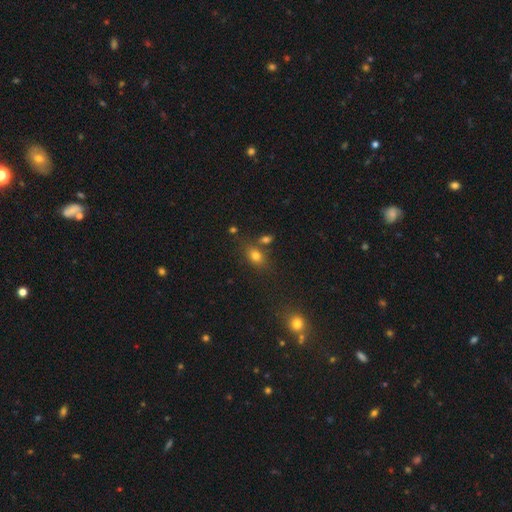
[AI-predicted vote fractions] Smooth or featured?
  - smooth: 76% *
  - star or artifact: 13%
  - featured or disk: 11%
How rounded?
  - in between: 74% *
  - round: 23%
  - cigar-shaped: 3%
Merging?
  - none: 64% *
  - merger: 17%
  - minor disturbance: 14%
  - major disturbance: 5%